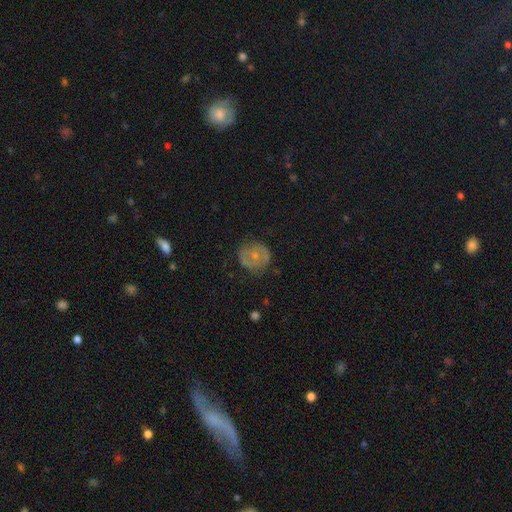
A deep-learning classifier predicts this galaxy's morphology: This appears to be a featured or disk galaxy (47%). Merging: none (73%).